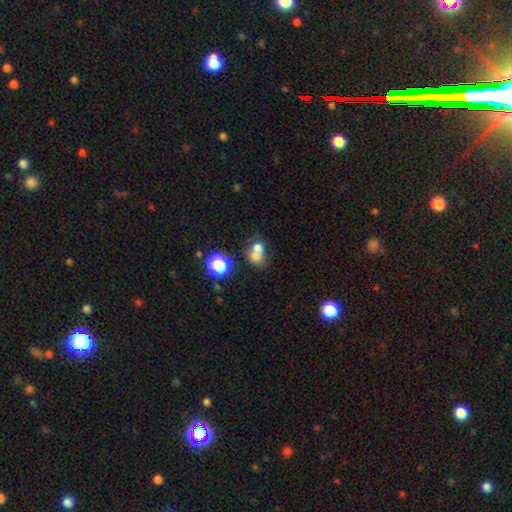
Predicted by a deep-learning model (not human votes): A smooth galaxy with no disk features (69%) that is round (66%). Merging: merger (59%).